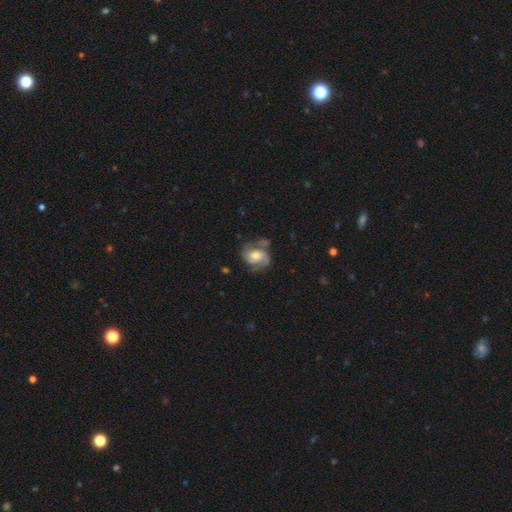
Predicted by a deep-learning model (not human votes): Overall: featured or disk (68%). Edge-on disk: no (97%). Bar: no (59%; weak 32%). Spiral arms: yes (90%). Spiral arm count: 2 (70%). Spiral winding: medium (47%; tight 31%). Bulge size: moderate (61%; small 27%). Merging: none (57%; minor disturbance 23%).